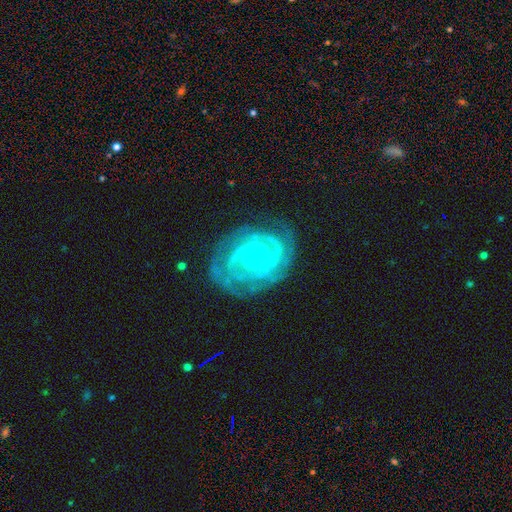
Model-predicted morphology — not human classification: featured or disk 90%, smooth 5%, star or artifact 5%. Down the decision tree: edge-on disk — no (97%); bar — weak (51%); spiral arms — yes (97%); spiral arm count — 2 (36%); spiral winding — tight (75%); bulge size — small (64%); merging — none (74%).